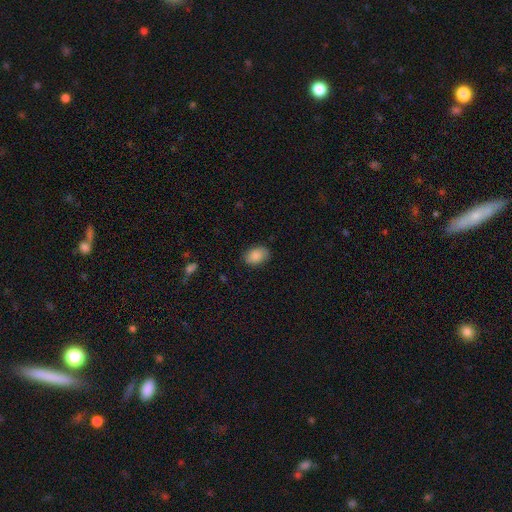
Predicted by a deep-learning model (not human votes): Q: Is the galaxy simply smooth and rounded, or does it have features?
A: smooth — 88%.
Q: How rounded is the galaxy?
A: in between — 81%.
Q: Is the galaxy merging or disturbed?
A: none — 85%.